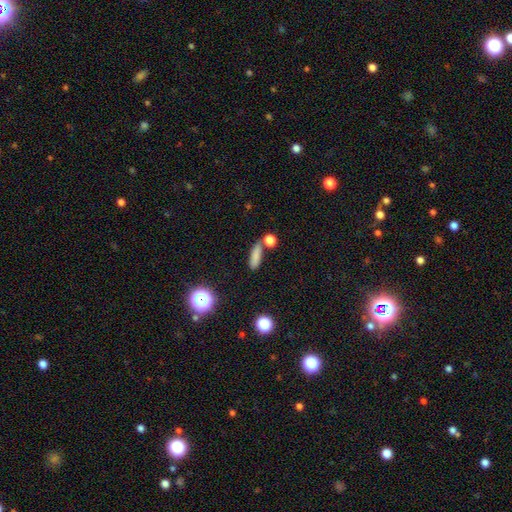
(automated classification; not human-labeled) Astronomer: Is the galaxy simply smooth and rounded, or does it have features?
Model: smooth — 80%.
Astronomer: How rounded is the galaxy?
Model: cigar-shaped — 54% (runner-up: in between, 39%).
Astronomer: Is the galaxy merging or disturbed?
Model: none — 70%.